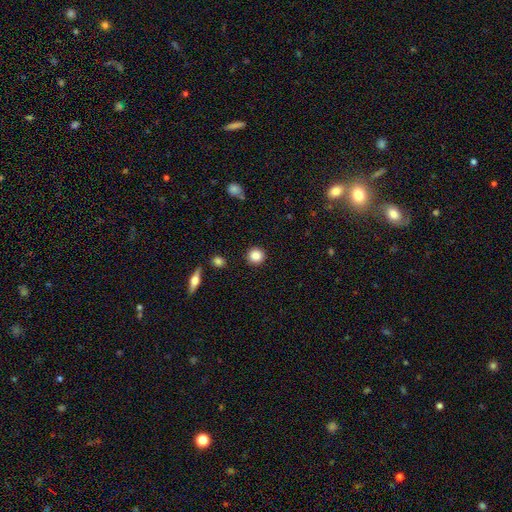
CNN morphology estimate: Smooth or featured?
  - smooth: 86% *
  - star or artifact: 9%
  - featured or disk: 5%
How rounded?
  - round: 93% *
  - in between: 6%
  - cigar-shaped: 1%
Merging?
  - none: 91% *
  - minor disturbance: 5%
  - major disturbance: 2%
  - merger: 1%